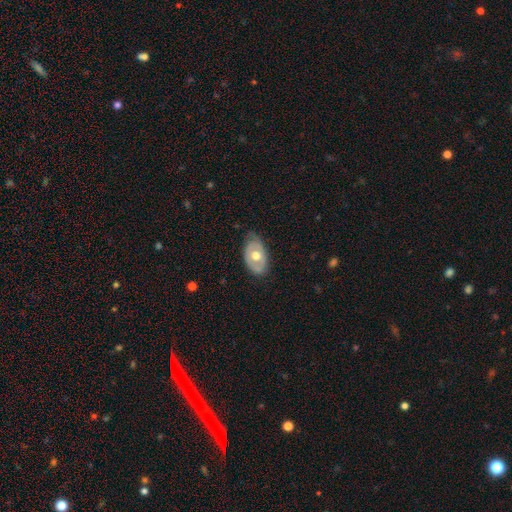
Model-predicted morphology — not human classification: Smooth or featured?
  - featured or disk: 51% *
  - smooth: 44%
  - star or artifact: 5%
Edge-on disk?
  - no: 89% *
  - yes: 11%
Merging?
  - none: 63% *
  - minor disturbance: 29%
  - major disturbance: 6%
  - merger: 1%